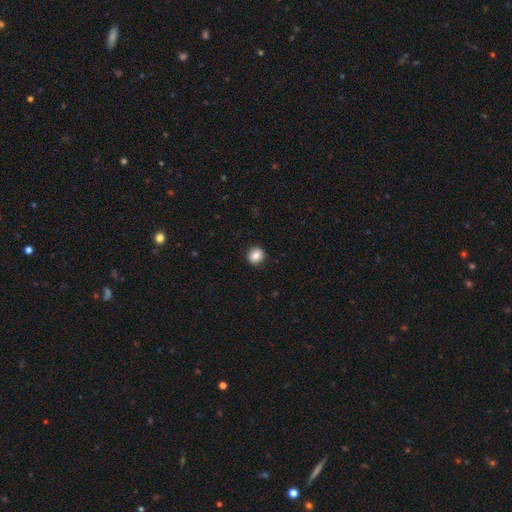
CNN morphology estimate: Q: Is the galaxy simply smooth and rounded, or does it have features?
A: smooth — 84%.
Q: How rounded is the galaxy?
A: round — 85%.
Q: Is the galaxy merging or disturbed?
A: none — 91%.